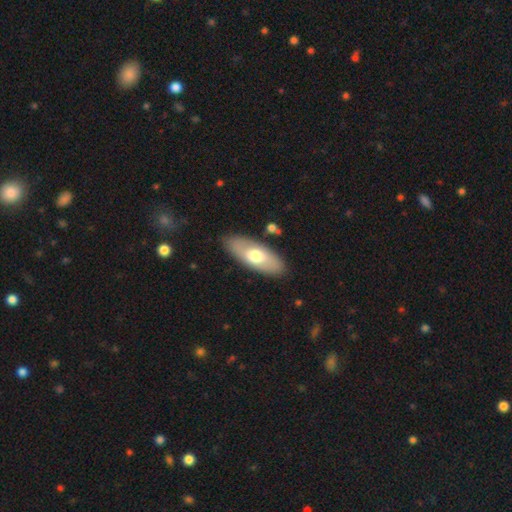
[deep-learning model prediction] smooth 61%, featured or disk 34%, star or artifact 5%. Down the decision tree: how rounded — in between (81%); merging — none (85%).